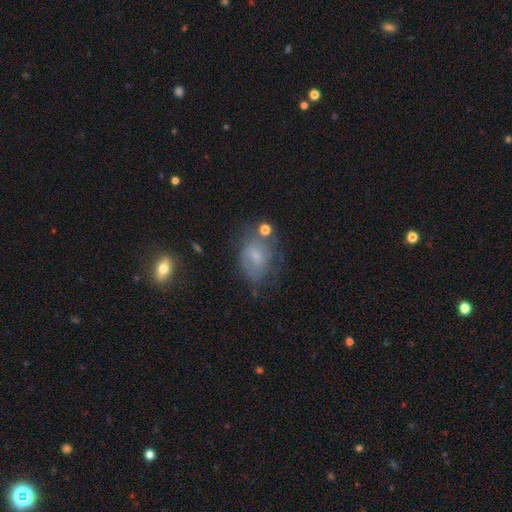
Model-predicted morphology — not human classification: Q: Smooth or featured?
A: smooth (44%); tied with: featured or disk (44%)
Q: Merging?
A: none (48%); runner-up: minor disturbance (27%)